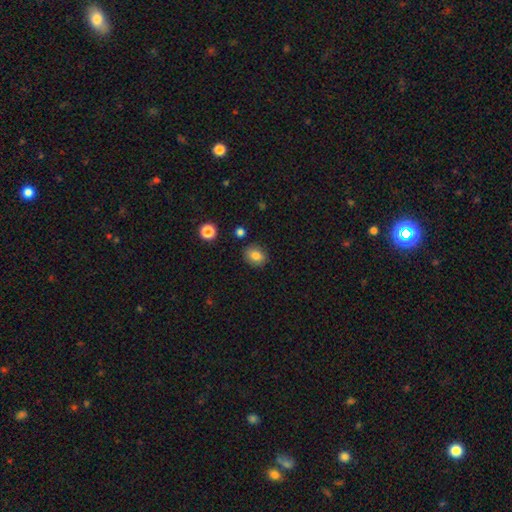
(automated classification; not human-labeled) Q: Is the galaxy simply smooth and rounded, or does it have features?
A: smooth — 82%.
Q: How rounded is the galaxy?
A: in between — 50%.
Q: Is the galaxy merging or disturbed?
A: none — 84%.